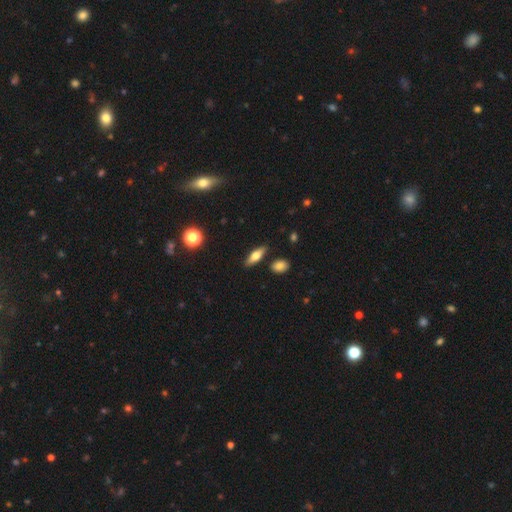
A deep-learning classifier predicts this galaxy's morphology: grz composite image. It shows a smooth galaxy with no disk features (58%) that is in between round and cigar-shaped (59%). Merging: none (84%).